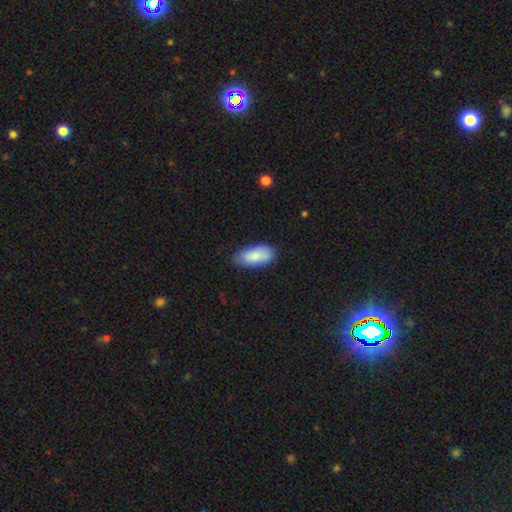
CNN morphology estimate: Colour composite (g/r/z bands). It shows a smooth galaxy with no disk features (85%) that is in between round and cigar-shaped (91%). Merging: none (77%).